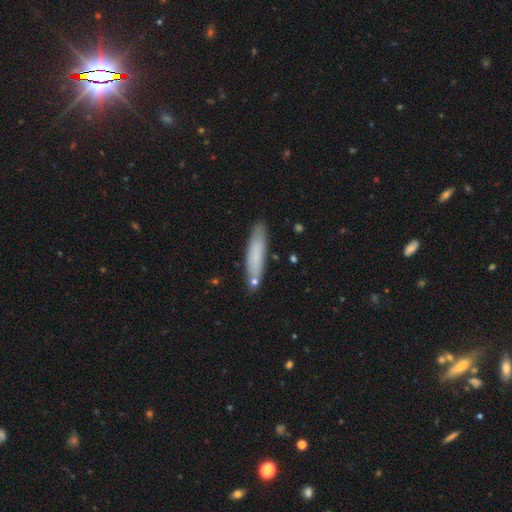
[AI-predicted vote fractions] Overall: smooth (74%). How rounded: cigar-shaped (82%). Merging: none (79%).